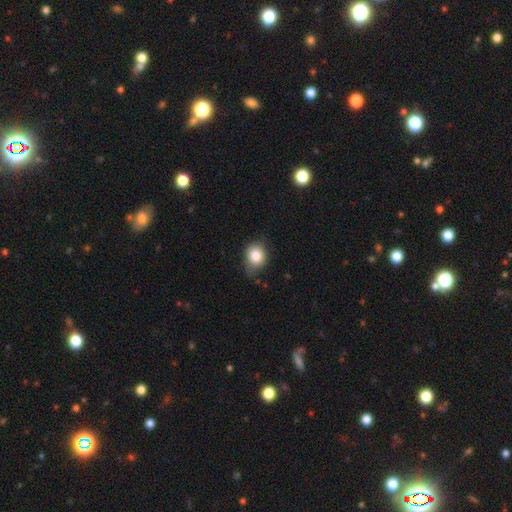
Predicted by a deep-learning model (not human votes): smooth-or-featured: smooth: 83% | star or artifact: 9% | featured or disk: 8%
  how-rounded: round: 58% | in between: 41% | cigar-shaped: 1%
  merging: none: 57% | minor disturbance: 34% | major disturbance: 8% | merger: 2%